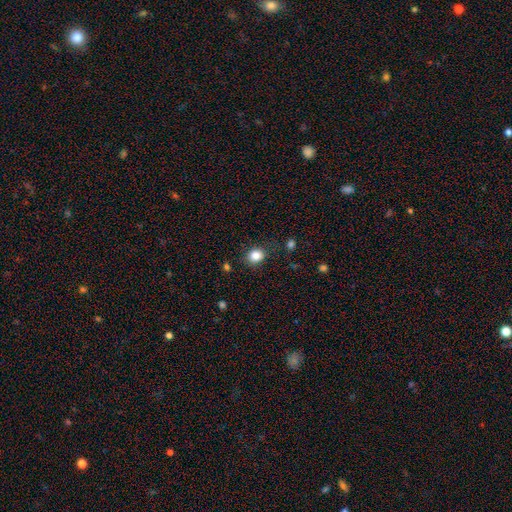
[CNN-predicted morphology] The model was most divided on "how rounded": round: 69%, in between: 30%, cigar-shaped: 1%. More confident: merging — none (84%); smooth or featured — smooth (84%).